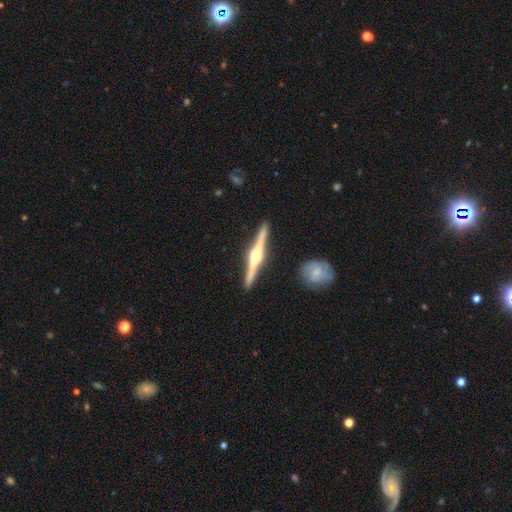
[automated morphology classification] Smooth or featured?
  - featured or disk: 85% *
  - smooth: 11%
  - star or artifact: 4%
Edge-on disk?
  - yes: 98% *
  - no: 2%
Edge-on bulge?
  - rounded: 93% *
  - boxy: 5%
  - none: 2%
Merging?
  - none: 91% *
  - minor disturbance: 6%
  - merger: 2%
  - major disturbance: 1%